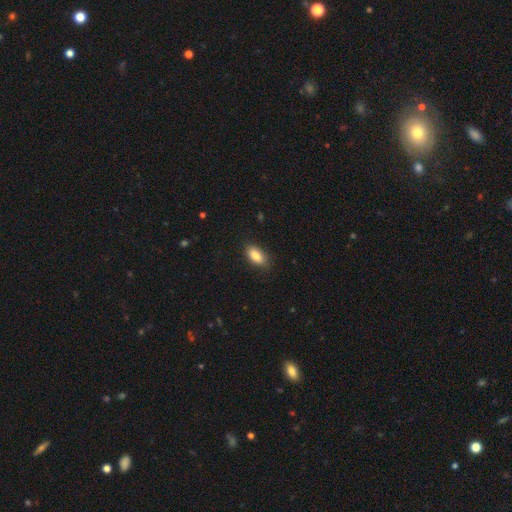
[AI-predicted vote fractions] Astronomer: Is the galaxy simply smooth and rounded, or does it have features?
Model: smooth — 85%.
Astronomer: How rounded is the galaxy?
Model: in between — 90%.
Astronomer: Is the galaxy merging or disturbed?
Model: none — 85%.